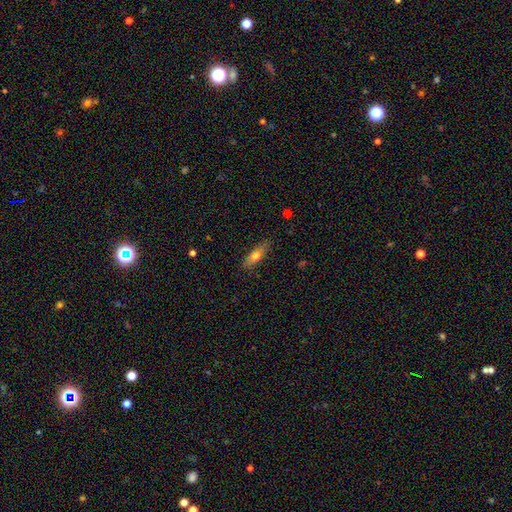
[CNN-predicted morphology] smooth 65%, featured or disk 28%, star or artifact 7%. Down the decision tree: how rounded — cigar-shaped (51%); merging — none (85%).